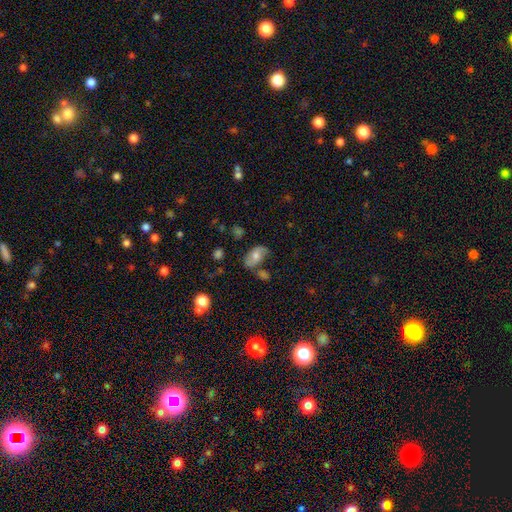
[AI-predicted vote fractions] Overall: smooth (50%; featured or disk 41%). How rounded: in between (90%). Merging: none (56%; minor disturbance 24%).